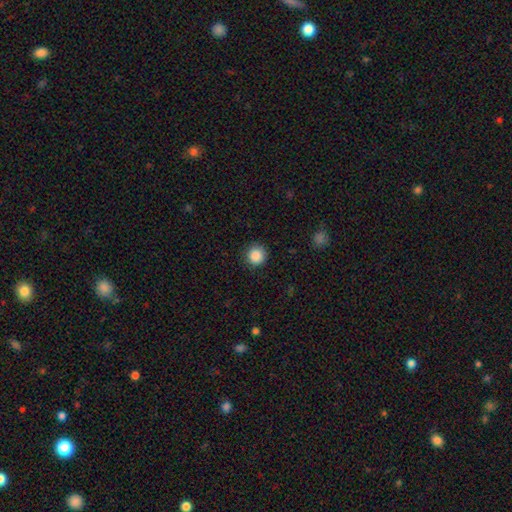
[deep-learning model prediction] The model was most divided on "smooth or featured": smooth: 88%, star or artifact: 9%, featured or disk: 3%. More confident: how rounded — round (95%); merging — none (89%).